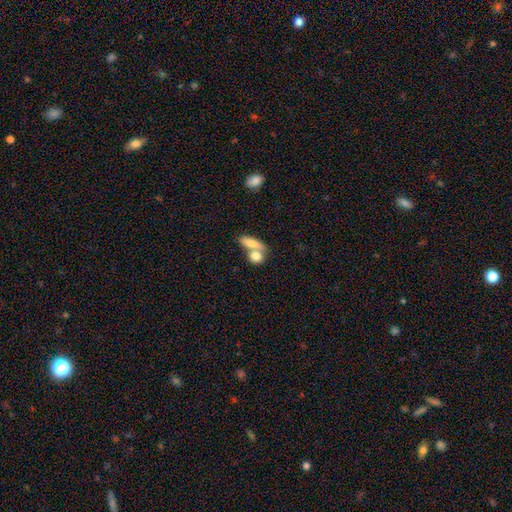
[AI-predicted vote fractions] Smooth or featured: smooth — 80% (featured or disk — 14%)
How rounded: in between — 57% (round — 32%)
Merging: merger — 55% (none — 33%)